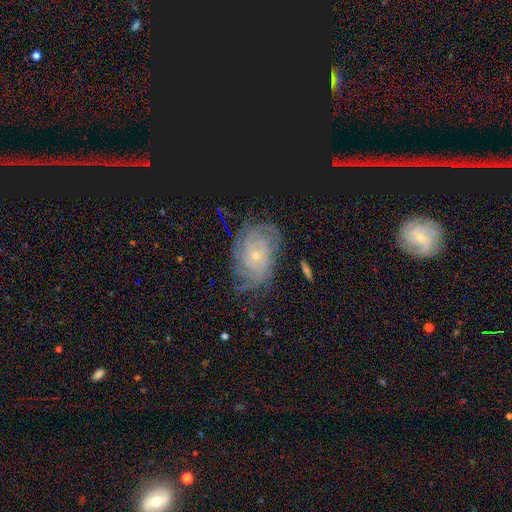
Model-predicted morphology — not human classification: smooth-or-featured: featured or disk: 77% | star or artifact: 13% | smooth: 10%
  disk-edge-on: no: 96% | yes: 4%
    bar: no: 75% | weak: 19% | strong: 6%
    has-spiral-arms: yes: 96% | no: 4%
      spiral-winding: tight: 79% | medium: 16% | loose: 4%
      spiral-arm-count: can't tell: 32% | more than 4: 19% | 4: 18% | 3: 12% | 2: 11% | 1: 9%
    bulge-size: small: 81% | moderate: 15% | none: 1% | large: 1% | dominant: 1%
  merging: none: 77% | minor disturbance: 15% | major disturbance: 6% | merger: 2%